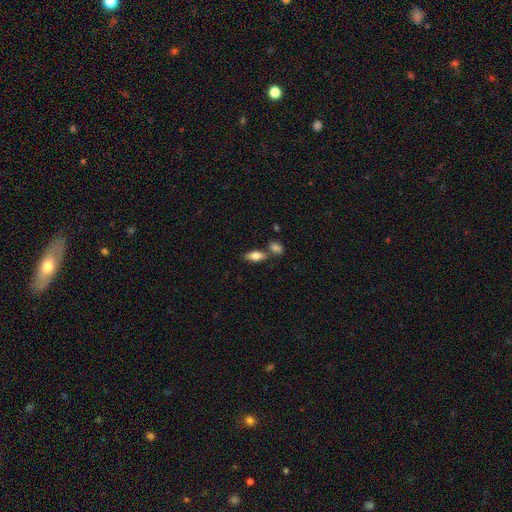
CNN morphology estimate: This is likely a smooth galaxy (72%). How rounded: likely in between (78%). Merging: likely none (63%).